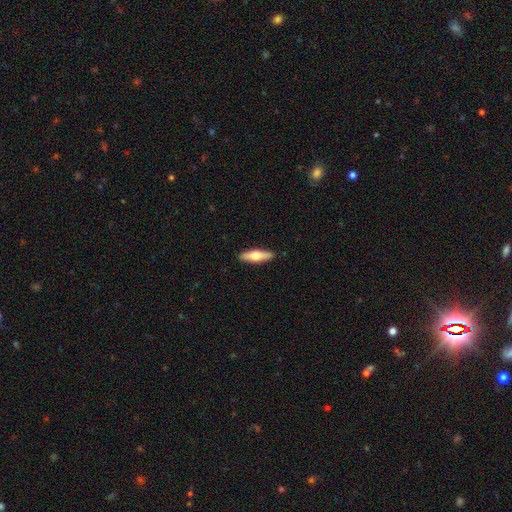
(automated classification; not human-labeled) A smooth galaxy with no disk features (48%).

Vote fractions:
- Smooth or featured? smooth: 48% / featured or disk: 47% / star or artifact: 5%
- Merging? none: 90% / minor disturbance: 7% / major disturbance: 2% / merger: 1%